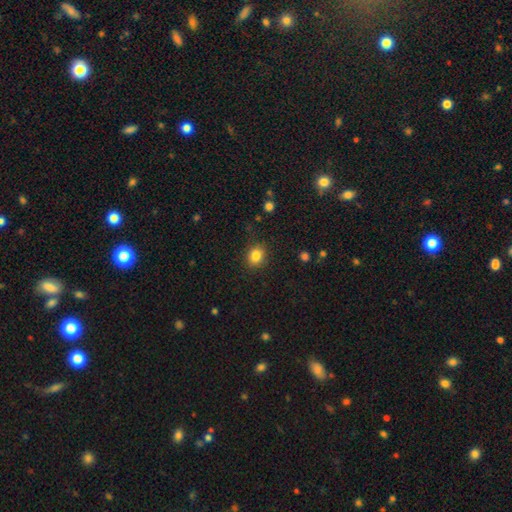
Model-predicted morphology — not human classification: Smooth or featured? smooth (84%)
How rounded? round (65%)
Merging? none (86%)